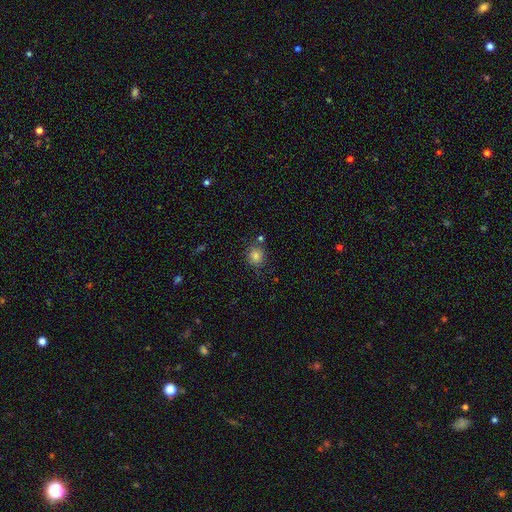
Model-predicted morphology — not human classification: type=smooth (81%); roundness=round (76%); merging=none (77%).